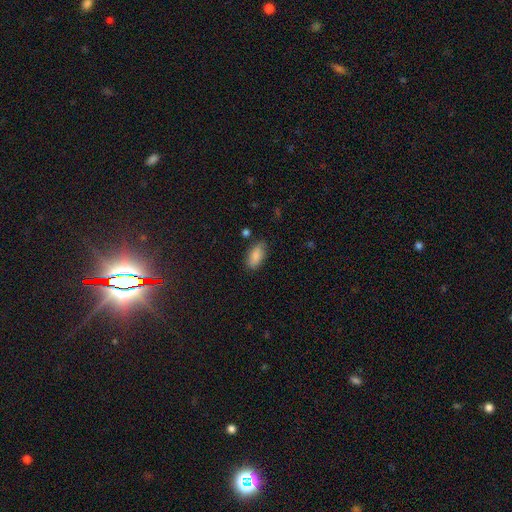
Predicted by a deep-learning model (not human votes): Smooth or featured?
  - smooth: 85% *
  - featured or disk: 7%
  - star or artifact: 7%
How rounded?
  - in between: 90% *
  - cigar-shaped: 7%
  - round: 3%
Merging?
  - none: 80% *
  - minor disturbance: 14%
  - major disturbance: 3%
  - merger: 2%